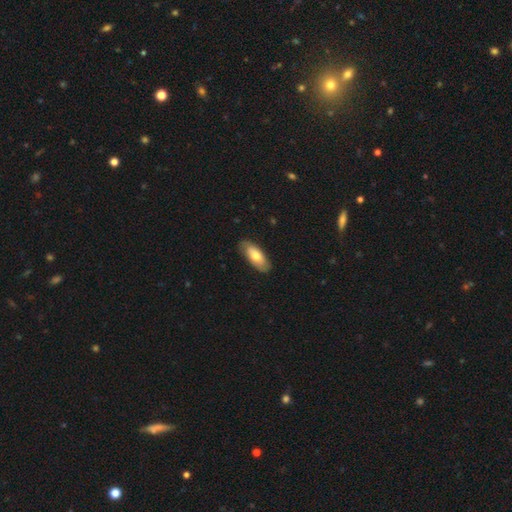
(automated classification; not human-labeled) smooth_or_featured: smooth (p=0.68) [alt: featured or disk p=0.26]
how_rounded: in between (p=0.82) [alt: cigar-shaped p=0.16]
merging: none (p=0.83) [alt: minor disturbance p=0.13]